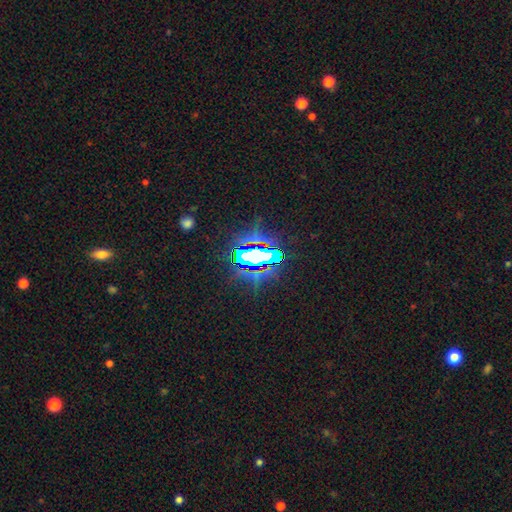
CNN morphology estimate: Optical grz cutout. It shows a star or artifact, not a galaxy (71%).